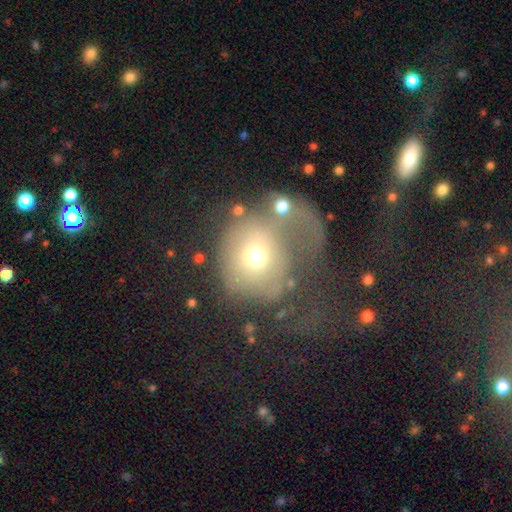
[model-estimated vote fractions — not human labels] smooth 54%, featured or disk 33%, star or artifact 13%. Down the decision tree: how rounded — round (78%); merging — major disturbance (58%).